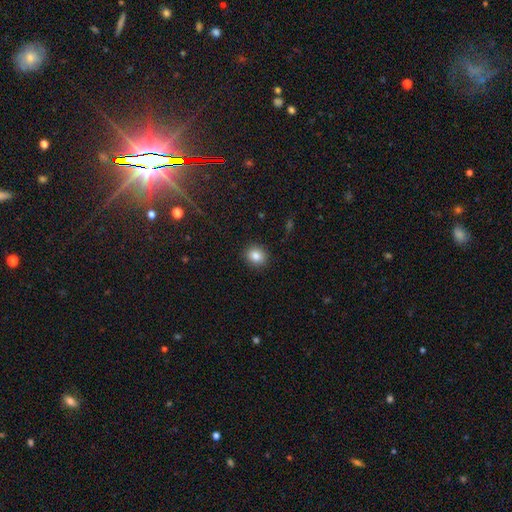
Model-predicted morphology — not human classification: Smooth or featured?
  - smooth: 84% *
  - star or artifact: 10%
  - featured or disk: 6%
How rounded?
  - round: 76% *
  - in between: 23%
  - cigar-shaped: 1%
Merging?
  - none: 90% *
  - minor disturbance: 7%
  - major disturbance: 2%
  - merger: 1%